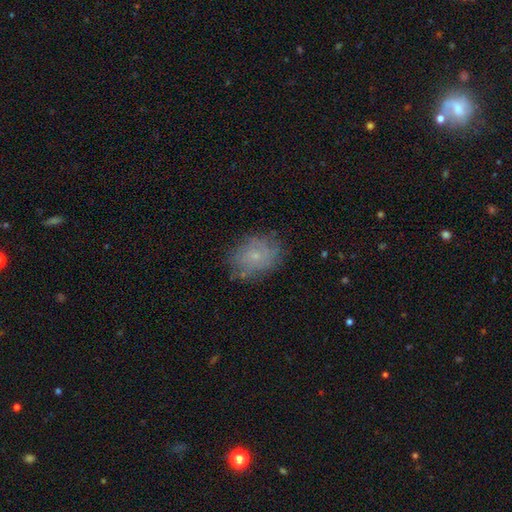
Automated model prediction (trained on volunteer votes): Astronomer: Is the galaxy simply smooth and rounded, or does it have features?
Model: smooth — 48% (runner-up: featured or disk, 40%).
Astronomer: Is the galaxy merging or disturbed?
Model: none — 73%.